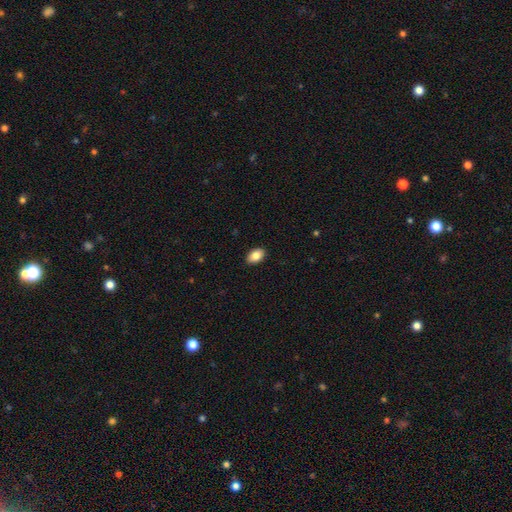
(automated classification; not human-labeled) A smooth galaxy with no disk features (85%) that is in between round and cigar-shaped (89%).

Vote fractions:
- Smooth or featured? smooth: 85% / star or artifact: 7% / featured or disk: 7%
- How rounded? in between: 89% / round: 9% / cigar-shaped: 1%
- Merging? none: 90% / minor disturbance: 7% / major disturbance: 2% / merger: 1%